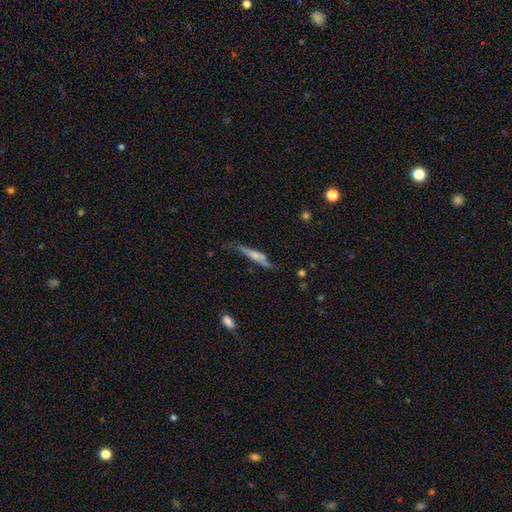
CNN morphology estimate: Smooth or featured: featured or disk — 47% (smooth — 46%)
Merging: none — 55% (minor disturbance — 27%)